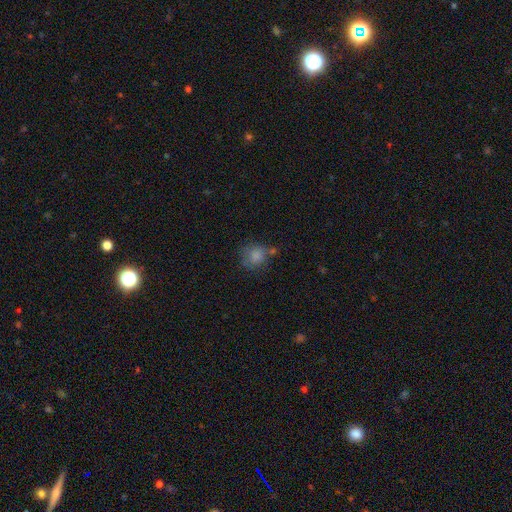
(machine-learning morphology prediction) smooth_or_featured: smooth (p=0.82) [alt: star or artifact p=0.11]
how_rounded: round (p=0.78) [alt: in between p=0.21]
merging: none (p=0.55) [alt: minor disturbance p=0.21]